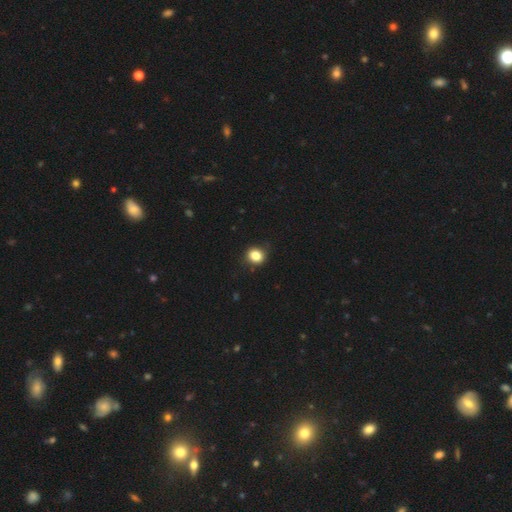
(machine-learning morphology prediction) The model was most divided on "how rounded": round: 71%, in between: 28%, cigar-shaped: 1%. More confident: smooth or featured — smooth (84%); merging — none (81%).